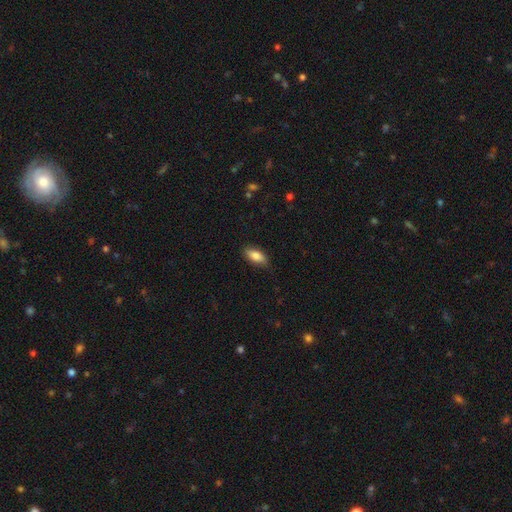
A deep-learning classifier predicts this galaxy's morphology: smooth-or-featured: smooth: 82% | featured or disk: 12% | star or artifact: 6%
  how-rounded: in between: 84% | cigar-shaped: 13% | round: 3%
  merging: none: 82% | minor disturbance: 14% | major disturbance: 3% | merger: 1%